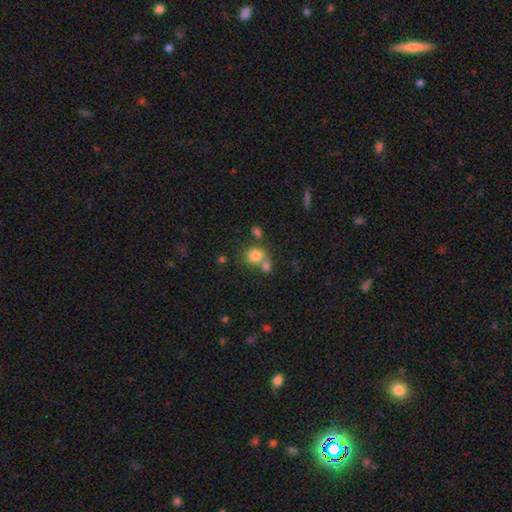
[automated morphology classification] Smooth or featured?
  - smooth: 80% *
  - star or artifact: 11%
  - featured or disk: 9%
How rounded?
  - round: 75% *
  - in between: 24%
  - cigar-shaped: 1%
Merging?
  - none: 47% *
  - merger: 38%
  - minor disturbance: 10%
  - major disturbance: 5%